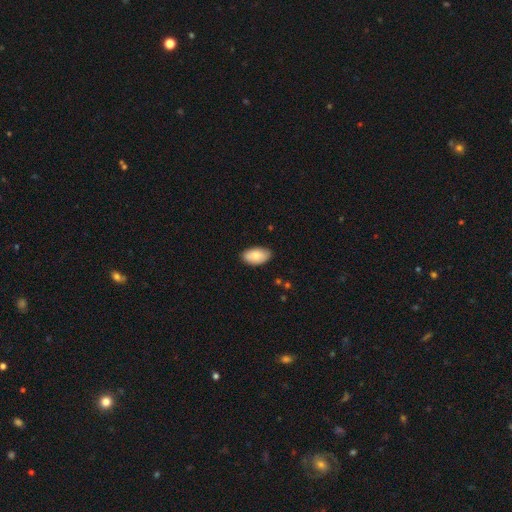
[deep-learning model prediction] Smooth or featured: smooth — 83% (featured or disk — 11%)
How rounded: in between — 95% (round — 3%)
Merging: none — 83% (minor disturbance — 13%)